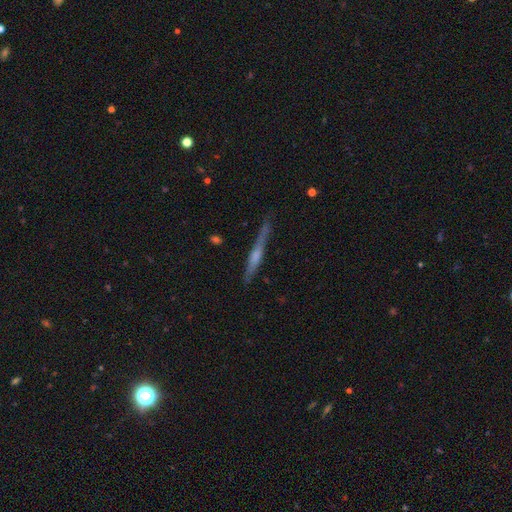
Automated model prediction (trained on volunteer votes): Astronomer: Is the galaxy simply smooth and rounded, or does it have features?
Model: featured or disk — 71%.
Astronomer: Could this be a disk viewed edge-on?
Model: yes — 97%.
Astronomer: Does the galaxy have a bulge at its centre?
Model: rounded — 61%.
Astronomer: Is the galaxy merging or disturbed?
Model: none — 84%.